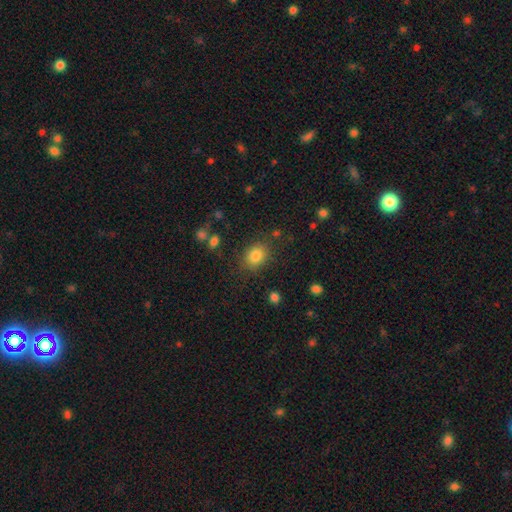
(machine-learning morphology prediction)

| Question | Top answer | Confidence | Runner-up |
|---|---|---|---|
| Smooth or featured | smooth | 83% | star or artifact (11%) |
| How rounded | in between | 53% | round (46%) |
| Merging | none | 81% | minor disturbance (12%) |